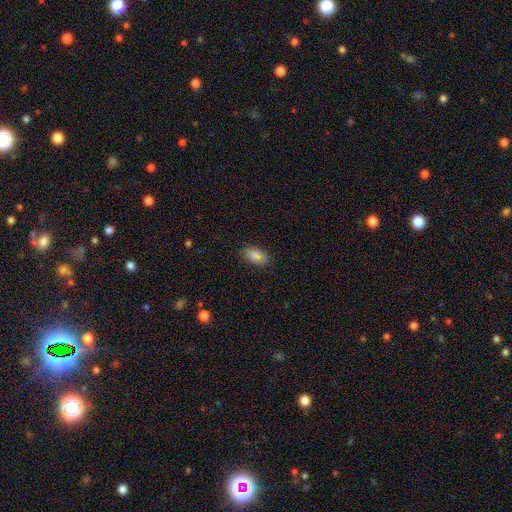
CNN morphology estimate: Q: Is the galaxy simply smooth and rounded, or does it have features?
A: smooth — 74%.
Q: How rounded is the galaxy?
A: in between — 91%.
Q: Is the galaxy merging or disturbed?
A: none — 82%.